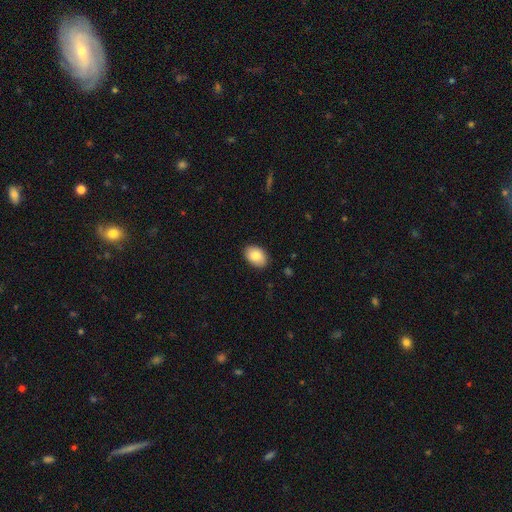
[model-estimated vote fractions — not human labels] smooth_or_featured: smooth (p=0.86) [alt: featured or disk p=0.07]
how_rounded: in between (p=0.85) [alt: round p=0.14]
merging: none (p=0.88) [alt: minor disturbance p=0.09]